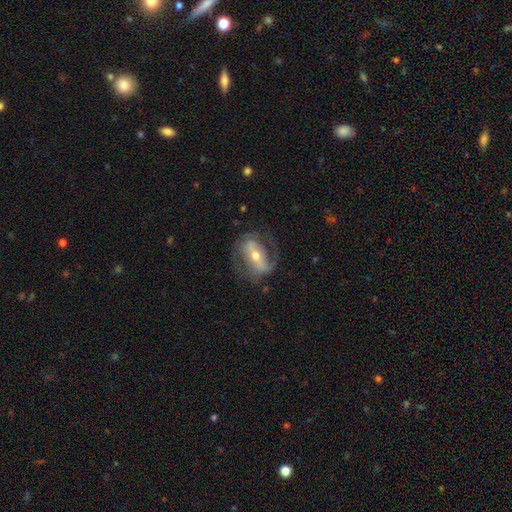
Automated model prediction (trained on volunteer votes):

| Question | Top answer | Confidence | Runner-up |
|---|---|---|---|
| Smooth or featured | featured or disk | 76% | smooth (18%) |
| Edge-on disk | no | 93% | yes (7%) |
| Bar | strong | 52% | weak (29%) |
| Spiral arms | yes | 80% | no (20%) |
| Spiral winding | medium | 45% | tight (28%) |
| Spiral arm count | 2 | 76% | can't tell (11%) |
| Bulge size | moderate | 63% | small (30%) |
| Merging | none | 65% | minor disturbance (18%) |